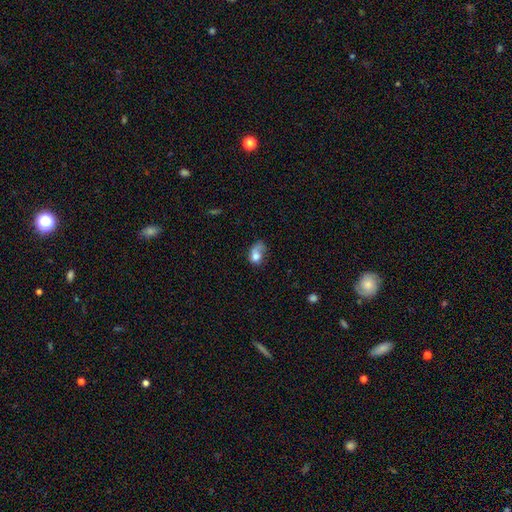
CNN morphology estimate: smooth_or_featured: smooth (p=0.69) [alt: featured or disk p=0.21]
how_rounded: in between (p=0.71) [alt: round p=0.28]
merging: major disturbance (p=0.36) [alt: minor disturbance p=0.29]